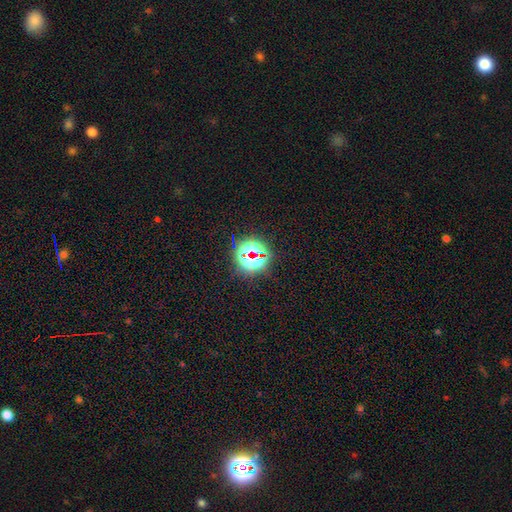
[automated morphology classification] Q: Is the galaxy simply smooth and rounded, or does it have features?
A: star or artifact — 70%.